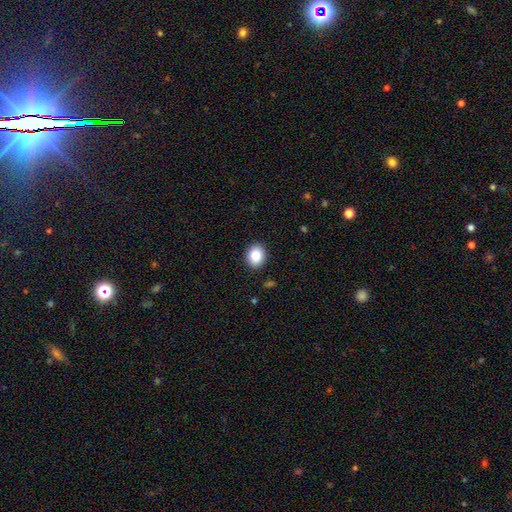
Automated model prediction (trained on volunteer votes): Smooth or featured: smooth — 86% (star or artifact — 9%)
How rounded: round — 53% (in between — 46%)
Merging: none — 91% (minor disturbance — 7%)